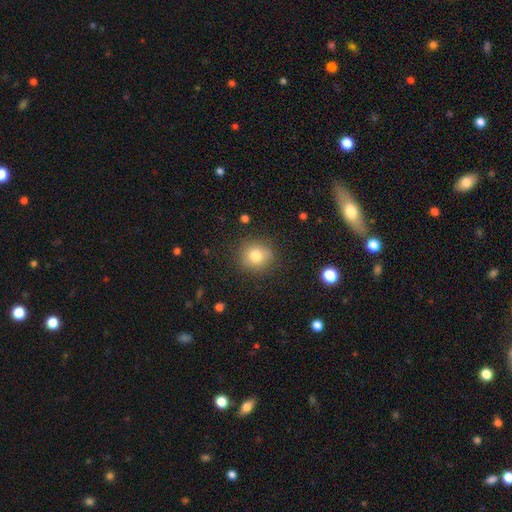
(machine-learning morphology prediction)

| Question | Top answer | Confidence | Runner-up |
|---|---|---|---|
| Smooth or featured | smooth | 78% | star or artifact (12%) |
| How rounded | round | 88% | in between (11%) |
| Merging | none | 84% | minor disturbance (11%) |